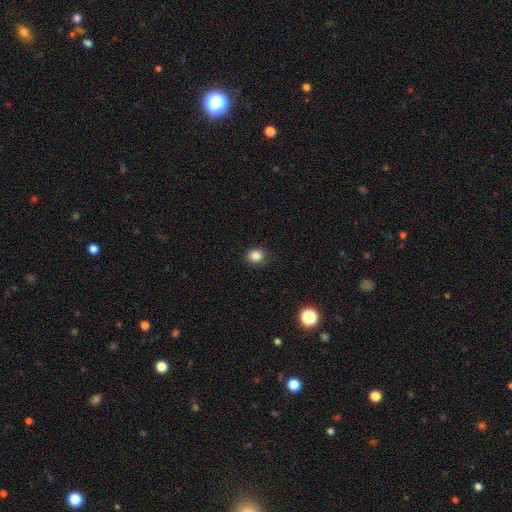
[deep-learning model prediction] smooth 84%, star or artifact 11%, featured or disk 4%. Down the decision tree: how rounded — round (75%); merging — none (87%).